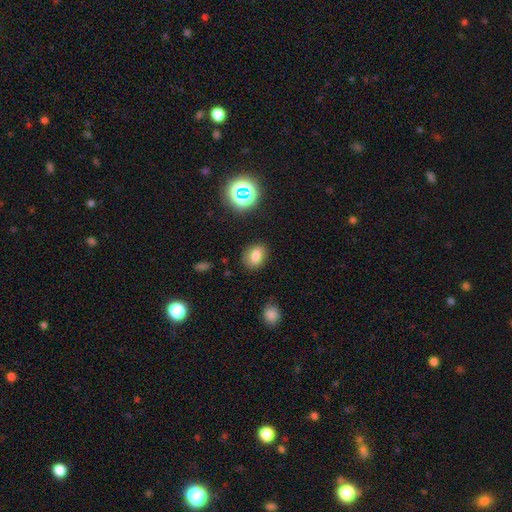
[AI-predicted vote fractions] A smooth galaxy with no disk features (78%) that is in between round and cigar-shaped (62%).

Vote fractions:
- Smooth or featured? smooth: 78% / star or artifact: 14% / featured or disk: 8%
- How rounded? in between: 62% / round: 36% / cigar-shaped: 1%
- Merging? none: 80% / minor disturbance: 14% / major disturbance: 4% / merger: 2%